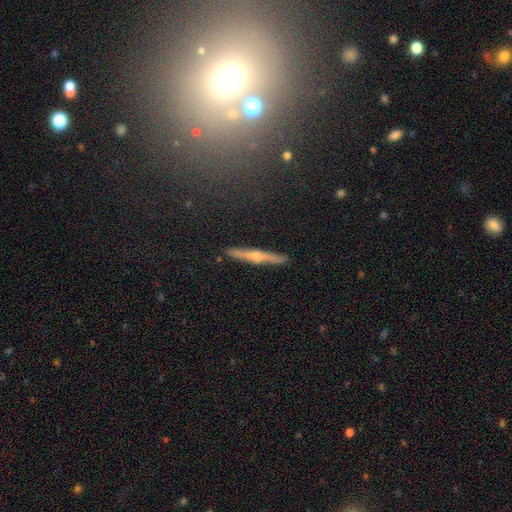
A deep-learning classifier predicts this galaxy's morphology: Smooth or featured? featured or disk (66%)
Edge-on disk? yes (97%)
Edge-on bulge? rounded (80%)
Merging? none (91%)